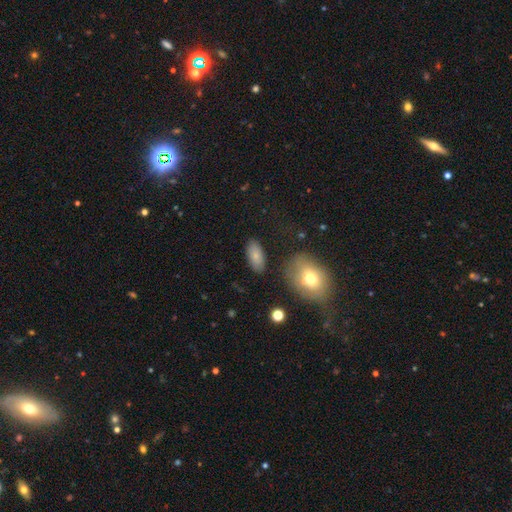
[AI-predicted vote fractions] smooth_or_featured: smooth (p=0.80) [alt: featured or disk p=0.12]
how_rounded: in between (p=0.89) [alt: cigar-shaped p=0.07]
merging: none (p=0.82) [alt: minor disturbance p=0.11]